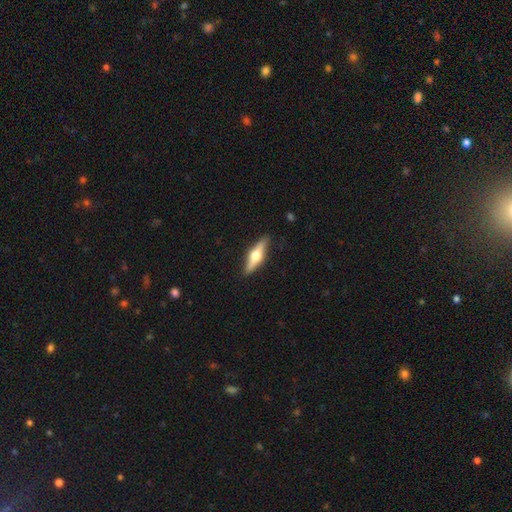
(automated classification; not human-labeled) This appears to be a featured or disk galaxy (66%) viewed edge-on (95%) with a rounded central bulge (95%). Merging: none (88%).